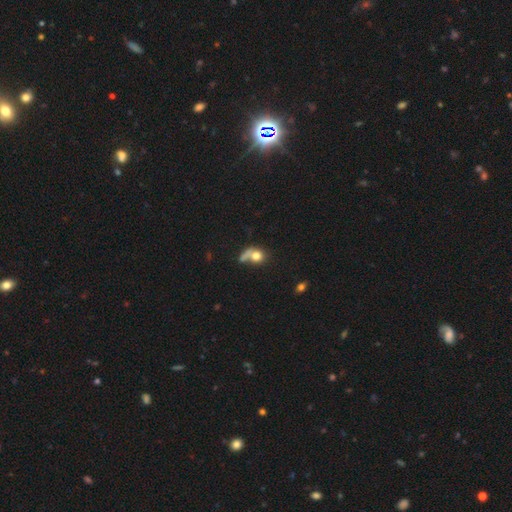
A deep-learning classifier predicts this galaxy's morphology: Smooth or featured: smooth — 69% (featured or disk — 19%)
How rounded: round — 64% (in between — 33%)
Merging: none — 31% (merger — 29%)